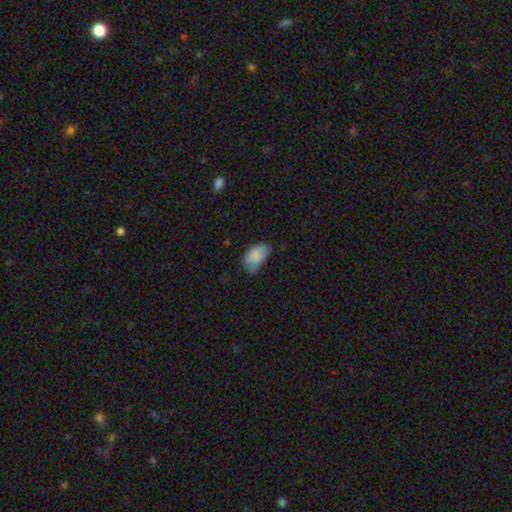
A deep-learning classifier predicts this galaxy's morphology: Smooth or featured? Predicted: smooth (p=0.84). How rounded? Predicted: in between (p=0.92). Merging? Predicted: none (p=0.48).